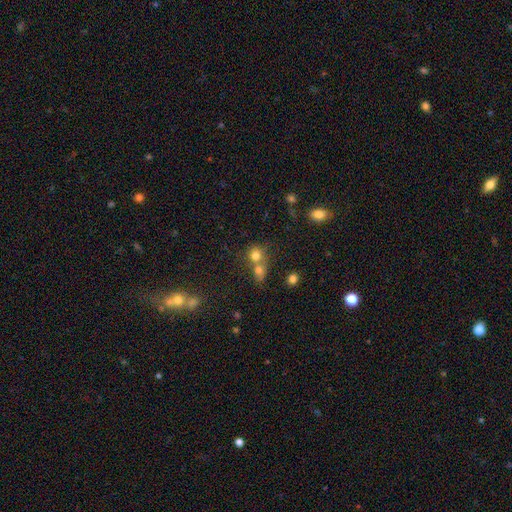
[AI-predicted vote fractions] A smooth galaxy with no disk features (74%) that is round (80%). Merging: merger (53%).